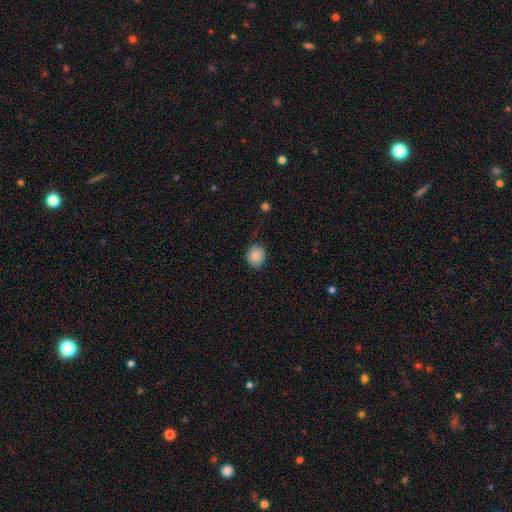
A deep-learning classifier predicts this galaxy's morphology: smooth-or-featured: smooth: 85% | star or artifact: 9% | featured or disk: 7%
  how-rounded: round: 75% | in between: 24% | cigar-shaped: 1%
  merging: none: 77% | minor disturbance: 18% | major disturbance: 3% | merger: 1%